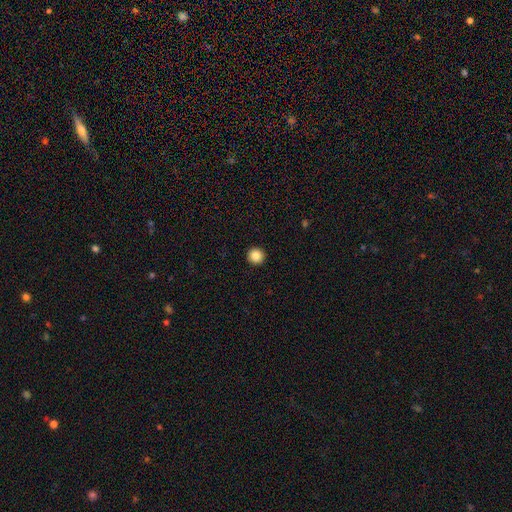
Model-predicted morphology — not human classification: Smooth or featured? smooth (87%)
How rounded? round (96%)
Merging? none (94%)